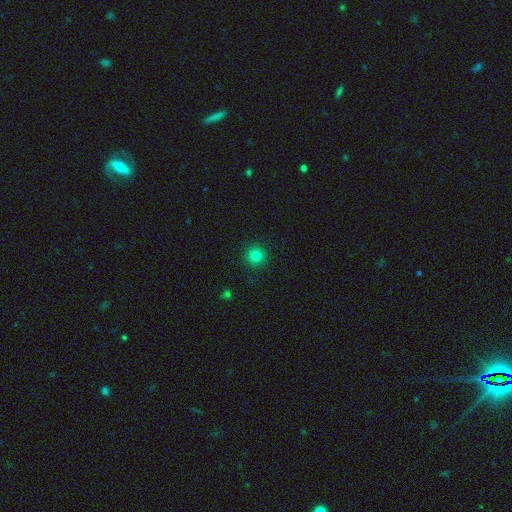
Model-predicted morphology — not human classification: smooth-or-featured: smooth: 81% | star or artifact: 14% | featured or disk: 5%
  how-rounded: round: 95% | in between: 4% | cigar-shaped: 1%
  merging: none: 90% | minor disturbance: 6% | major disturbance: 2% | merger: 1%